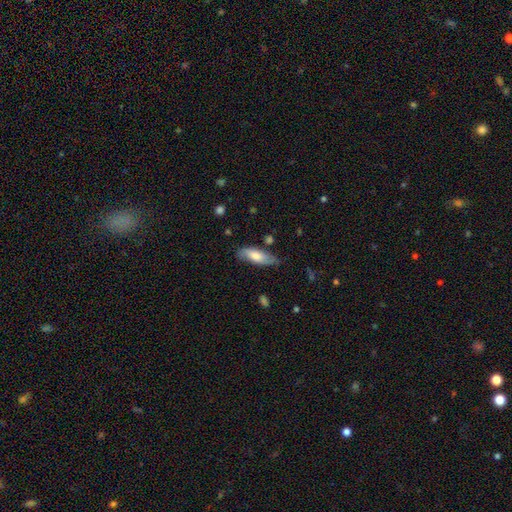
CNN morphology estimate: Smooth or featured?
  - smooth: 65% *
  - featured or disk: 29%
  - star or artifact: 6%
How rounded?
  - in between: 64% *
  - cigar-shaped: 34%
  - round: 2%
Merging?
  - none: 69% *
  - minor disturbance: 23%
  - major disturbance: 5%
  - merger: 3%